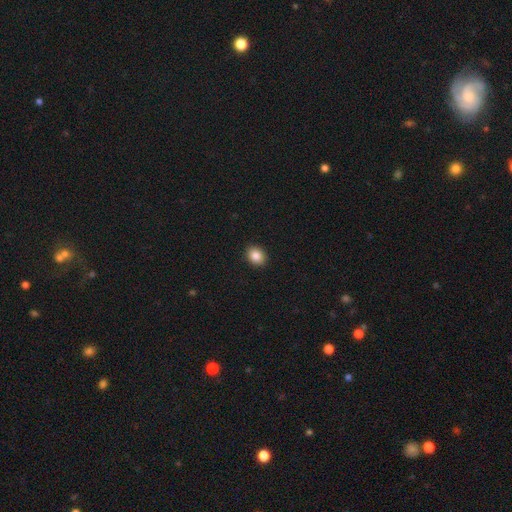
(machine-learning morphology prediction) Q: Smooth or featured?
A: smooth (86%); runner-up: star or artifact (9%)
Q: How rounded?
A: in between (51%); runner-up: round (48%)
Q: Merging?
A: none (91%); runner-up: minor disturbance (6%)